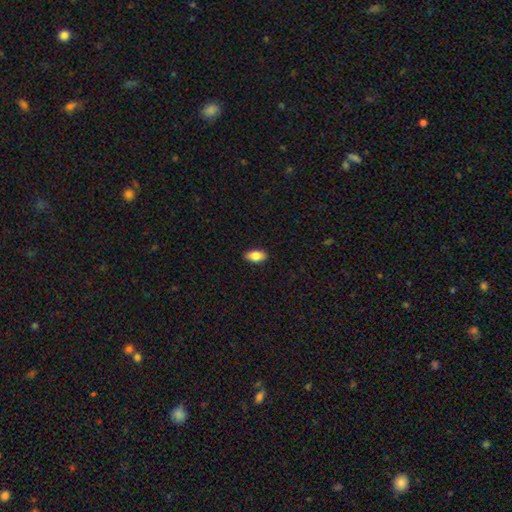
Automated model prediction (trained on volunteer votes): This is clearly a smooth galaxy (84%). How rounded: clearly in between (92%). Merging: clearly none (90%).